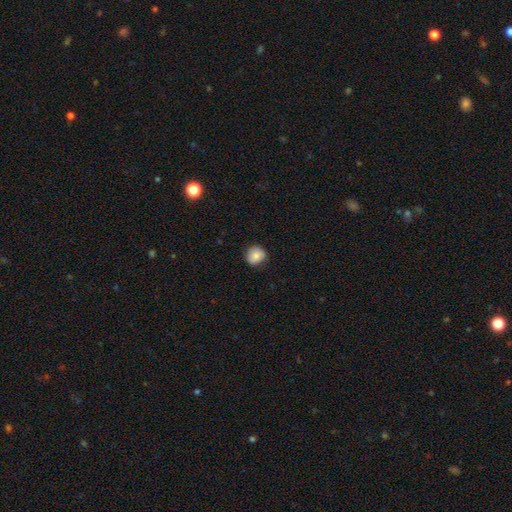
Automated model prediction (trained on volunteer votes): smooth 82%, featured or disk 9%, star or artifact 9%. Down the decision tree: how rounded — round (86%); merging — none (82%).